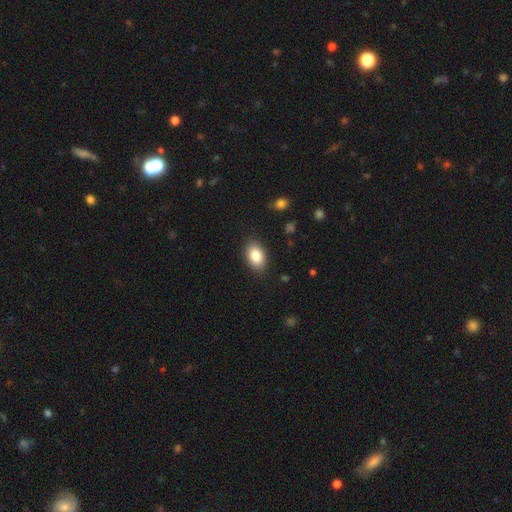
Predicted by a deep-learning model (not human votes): Smooth or featured: smooth — 85% (featured or disk — 8%)
How rounded: in between — 88% (round — 10%)
Merging: none — 87% (minor disturbance — 9%)